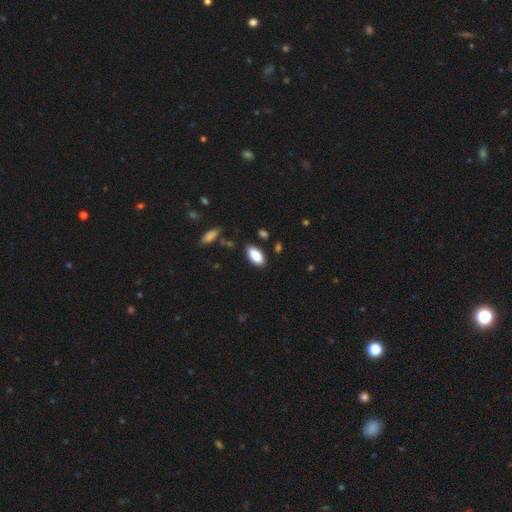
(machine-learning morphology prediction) A smooth galaxy with no disk features (87%) that is in between round and cigar-shaped (92%).

Vote fractions:
- Smooth or featured? smooth: 87% / star or artifact: 7% / featured or disk: 6%
- How rounded? in between: 92% / cigar-shaped: 5% / round: 2%
- Merging? none: 84% / minor disturbance: 11% / major disturbance: 2% / merger: 2%